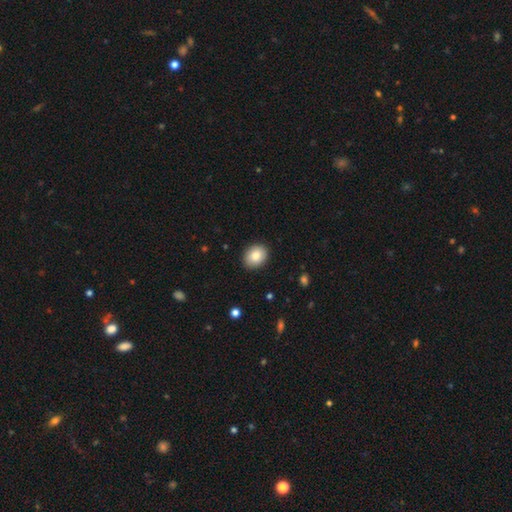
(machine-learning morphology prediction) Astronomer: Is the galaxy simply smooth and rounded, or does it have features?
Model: smooth — 84%.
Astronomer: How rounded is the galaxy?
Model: in between — 55% (runner-up: round, 44%).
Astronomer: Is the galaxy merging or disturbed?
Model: none — 89%.